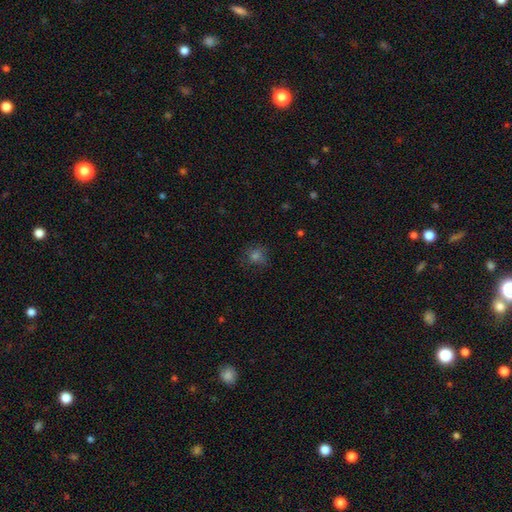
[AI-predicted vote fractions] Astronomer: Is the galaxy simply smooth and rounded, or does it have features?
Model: smooth — 61%.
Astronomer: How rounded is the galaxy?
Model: round — 80%.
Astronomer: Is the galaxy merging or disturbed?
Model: none — 72%.